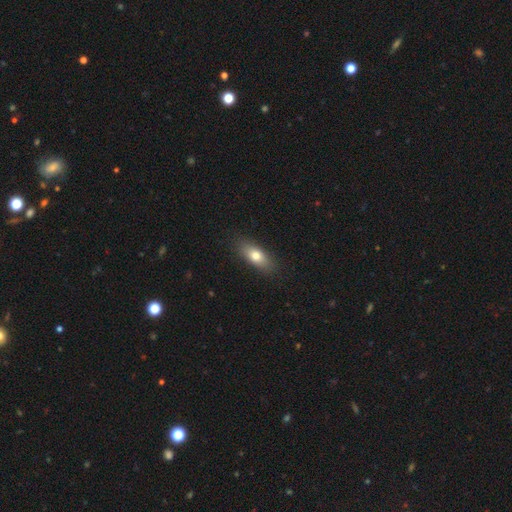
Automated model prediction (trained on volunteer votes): A smooth galaxy with no disk features (76%) that is in between round and cigar-shaped (75%).

Vote fractions:
- Smooth or featured? smooth: 76% / featured or disk: 17% / star or artifact: 7%
- How rounded? in between: 75% / cigar-shaped: 20% / round: 5%
- Merging? none: 85% / minor disturbance: 11% / major disturbance: 3% / merger: 1%